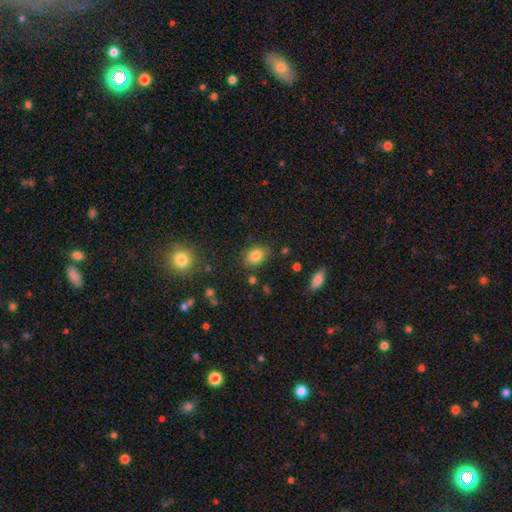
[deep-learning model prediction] Overall: smooth (83%). How rounded: in between (69%). Merging: none (80%).